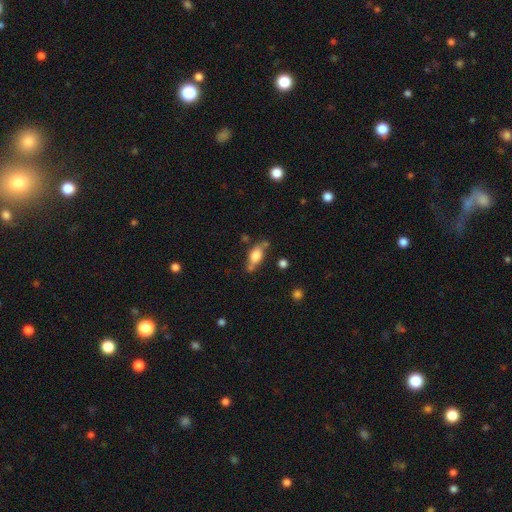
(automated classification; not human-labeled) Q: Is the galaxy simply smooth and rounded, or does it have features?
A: smooth — 66%.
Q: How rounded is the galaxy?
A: in between — 77%.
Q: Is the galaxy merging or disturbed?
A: none — 61%.